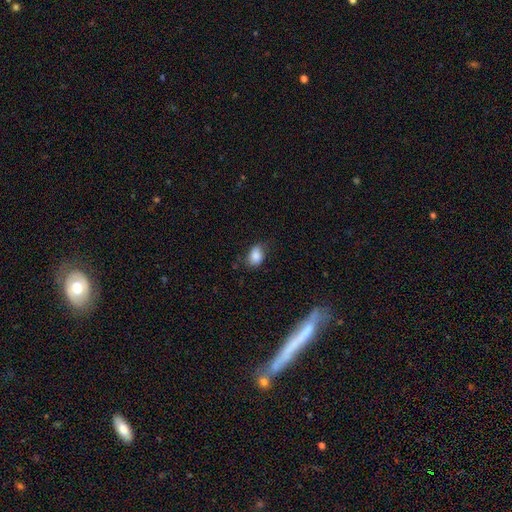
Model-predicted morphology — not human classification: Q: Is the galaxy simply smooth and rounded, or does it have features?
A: smooth — 86%.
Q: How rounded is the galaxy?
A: in between — 79%.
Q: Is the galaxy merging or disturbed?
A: none — 67%.